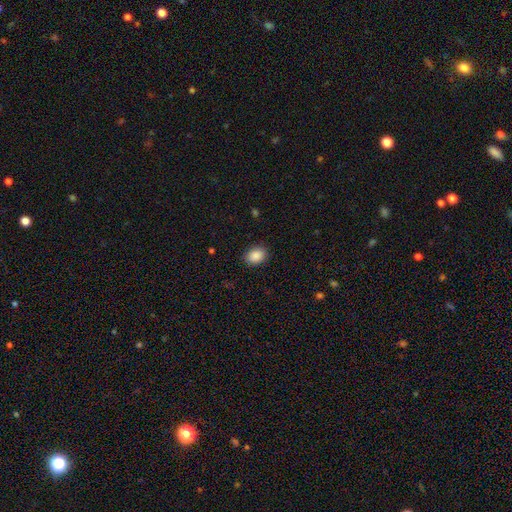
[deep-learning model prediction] This appears to be a smooth galaxy with no disk features (89%) that is in between round and cigar-shaped (68%). Merging: none (88%).